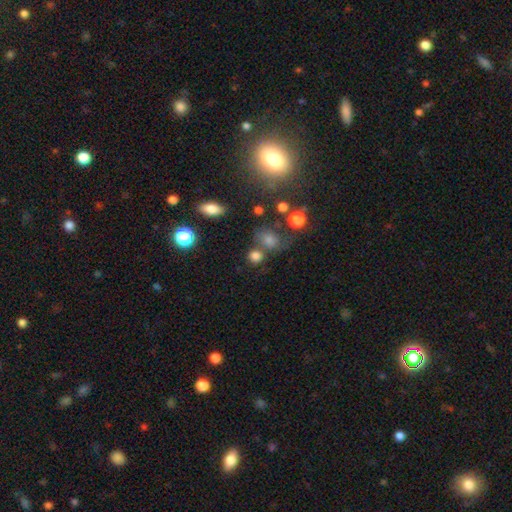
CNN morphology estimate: smooth-or-featured: smooth: 78% | star or artifact: 15% | featured or disk: 7%
  how-rounded: round: 78% | in between: 21% | cigar-shaped: 1%
  merging: none: 60% | merger: 21% | minor disturbance: 13% | major disturbance: 6%